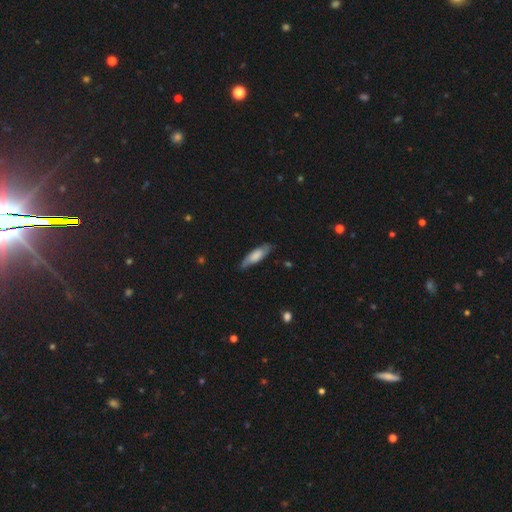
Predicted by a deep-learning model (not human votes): A smooth galaxy with no disk features (67%) that is cigar-shaped (54%). Merging: none (76%).